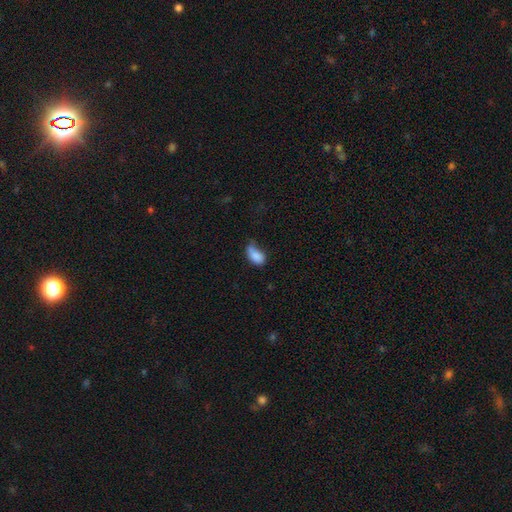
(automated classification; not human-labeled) Smooth or featured? smooth (83%)
How rounded? in between (89%)
Merging? none (35%)